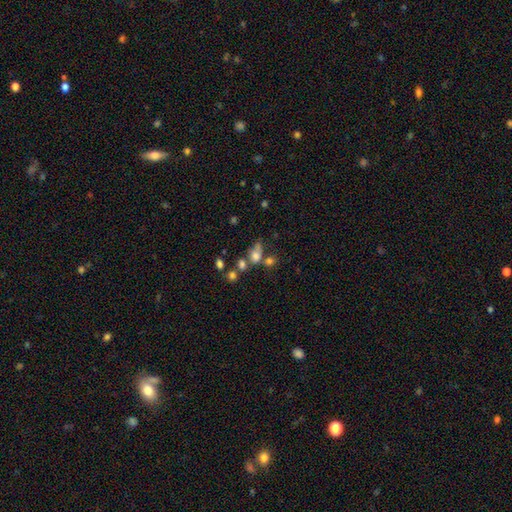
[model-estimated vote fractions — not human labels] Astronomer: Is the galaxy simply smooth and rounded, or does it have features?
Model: smooth — 67%.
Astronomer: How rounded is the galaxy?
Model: in between — 56% (runner-up: round, 41%).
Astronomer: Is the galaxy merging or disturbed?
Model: merger — 39% (runner-up: none, 31%).